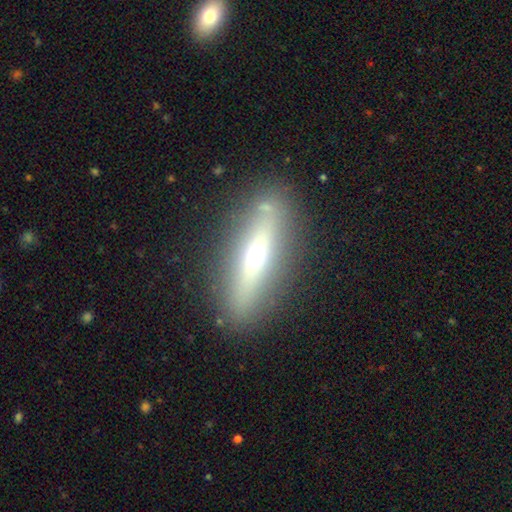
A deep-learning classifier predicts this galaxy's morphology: Smooth or featured?
  - featured or disk: 54% *
  - smooth: 37%
  - star or artifact: 9%
Edge-on disk?
  - yes: 76% *
  - no: 24%
Merging?
  - none: 83% *
  - minor disturbance: 10%
  - major disturbance: 3%
  - merger: 3%